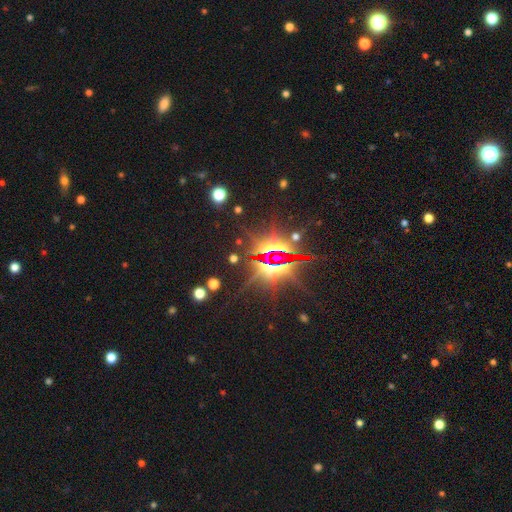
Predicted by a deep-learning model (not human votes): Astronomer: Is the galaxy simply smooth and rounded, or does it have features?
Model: star or artifact — 85%.